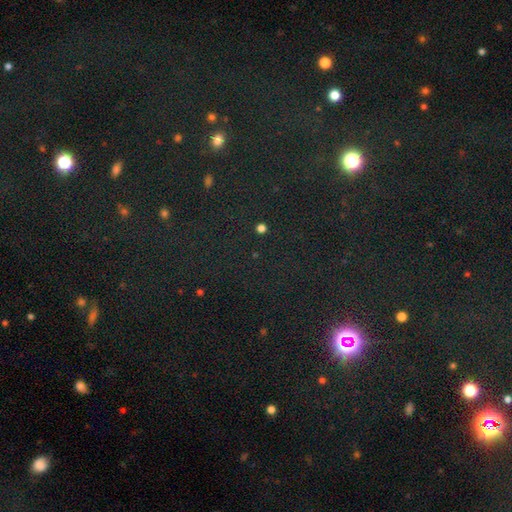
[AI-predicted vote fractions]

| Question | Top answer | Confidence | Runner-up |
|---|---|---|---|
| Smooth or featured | star or artifact | 76% | smooth (16%) |